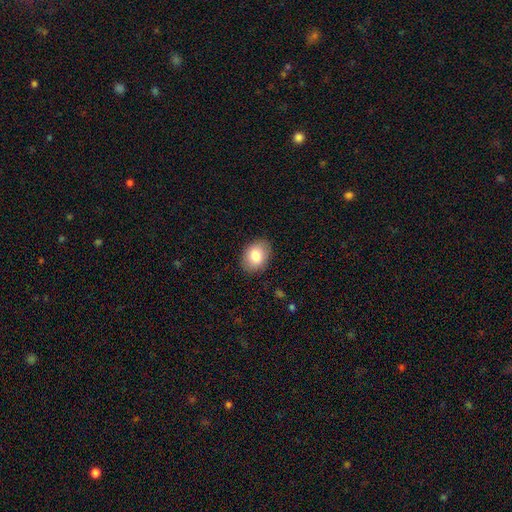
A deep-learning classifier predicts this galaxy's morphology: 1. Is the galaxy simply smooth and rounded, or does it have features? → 83% smooth, 9% featured or disk, 8% star or artifact.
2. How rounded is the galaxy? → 69% in between, 30% round, 1% cigar-shaped.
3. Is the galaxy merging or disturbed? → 87% none, 10% minor disturbance, 2% major disturbance, 1% merger.